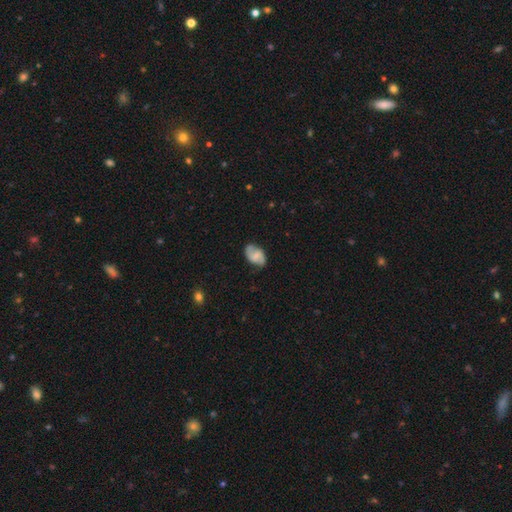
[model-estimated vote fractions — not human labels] Overall: featured or disk (61%; smooth 32%). Edge-on disk: no (97%). Bar: weak (47%; no 38%). Spiral arms: yes (88%). Spiral arm count: 2 (86%). Spiral winding: medium (43%; loose 35%). Bulge size: small (41%; none 30%). Merging: none (73%).